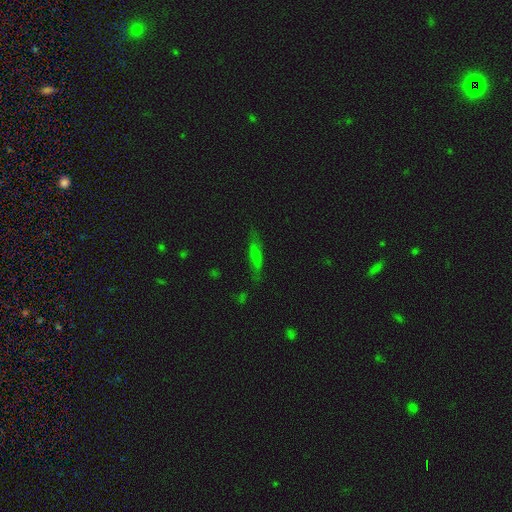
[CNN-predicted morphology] A smooth galaxy with no disk features (64%) that is cigar-shaped (73%). Merging: none (70%).